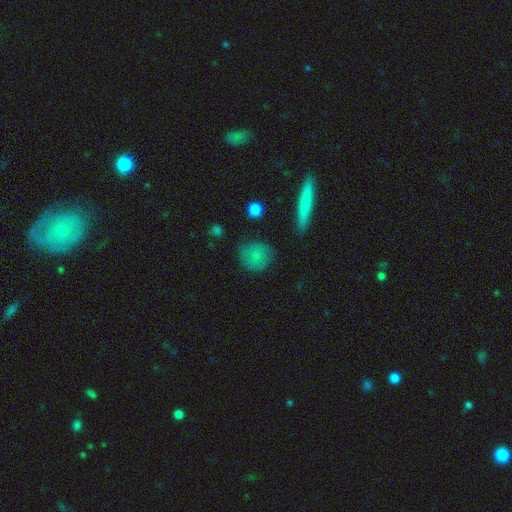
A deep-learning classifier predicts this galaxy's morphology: Smooth or featured? Predicted: smooth (p=0.78). How rounded? Predicted: round (p=0.90). Merging? Predicted: none (p=0.79).